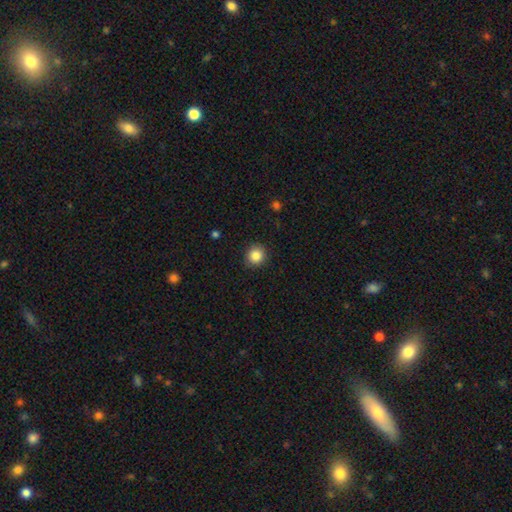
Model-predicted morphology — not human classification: Smooth or featured? smooth (85%)
How rounded? round (90%)
Merging? none (90%)